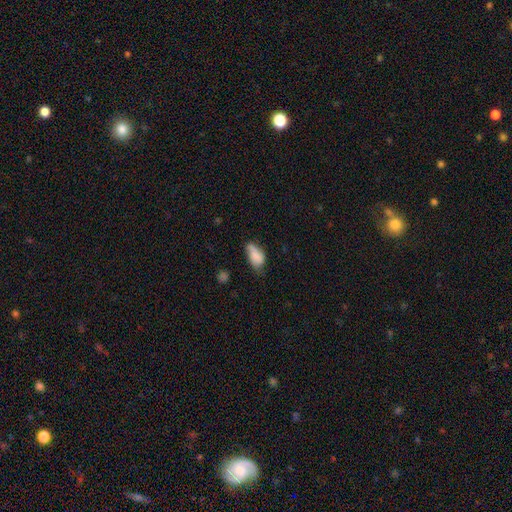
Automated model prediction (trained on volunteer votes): Morphology: type=smooth (76%); roundness=in between (89%); merging=none (41%).